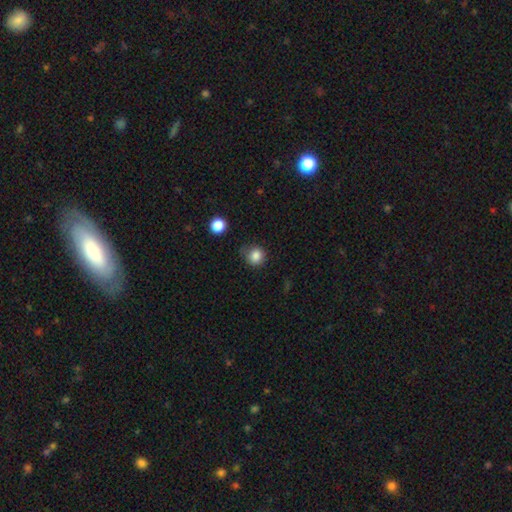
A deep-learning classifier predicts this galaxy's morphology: Overall: smooth (84%). How rounded: round (87%). Merging: none (72%).